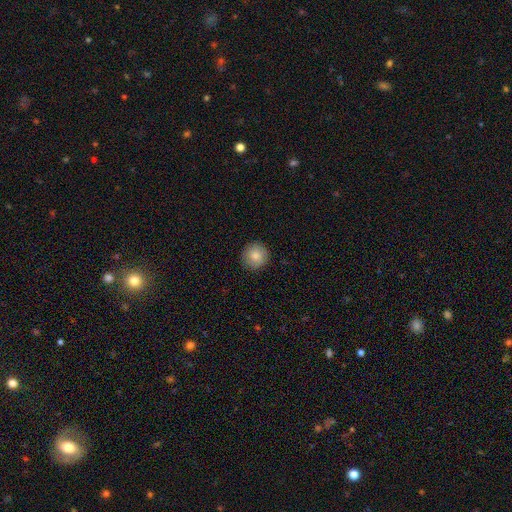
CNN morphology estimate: Smooth or featured: smooth — 83% (featured or disk — 10%)
How rounded: round — 94% (in between — 5%)
Merging: none — 89% (minor disturbance — 8%)